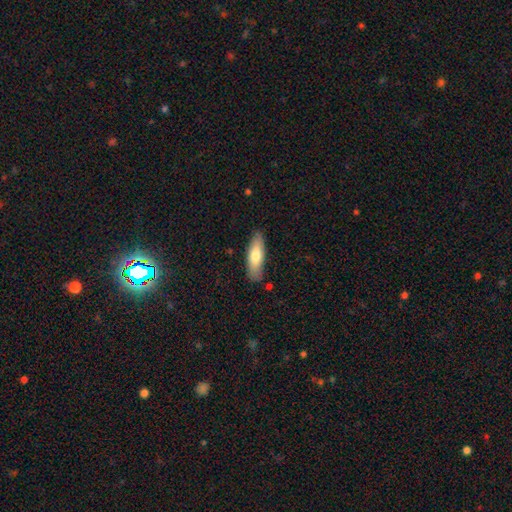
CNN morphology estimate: Smooth or featured: smooth — 71% (featured or disk — 23%)
How rounded: in between — 52% (cigar-shaped — 46%)
Merging: none — 82% (minor disturbance — 13%)